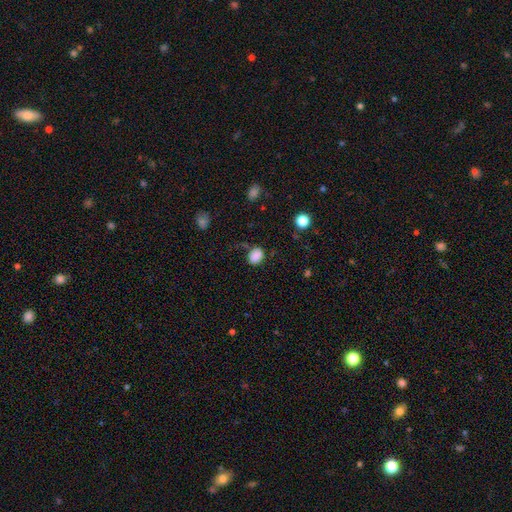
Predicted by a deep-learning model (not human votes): Smooth or featured?
  - smooth: 86% *
  - star or artifact: 10%
  - featured or disk: 4%
How rounded?
  - in between: 60% *
  - round: 39%
  - cigar-shaped: 1%
Merging?
  - none: 75% *
  - minor disturbance: 17%
  - major disturbance: 5%
  - merger: 3%